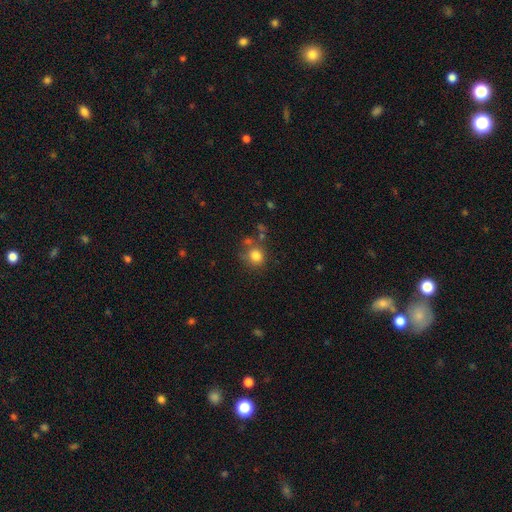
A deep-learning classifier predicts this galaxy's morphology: smooth-or-featured: smooth: 81% | star or artifact: 12% | featured or disk: 7%
  how-rounded: round: 84% | in between: 15% | cigar-shaped: 1%
  merging: none: 67% | minor disturbance: 16% | merger: 11% | major disturbance: 6%